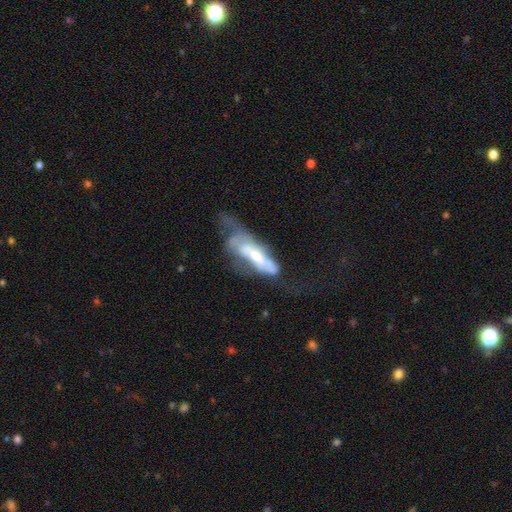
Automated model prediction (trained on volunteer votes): smooth_or_featured: featured or disk (p=0.57) [alt: smooth p=0.35]
disk_edge_on: no (p=0.77) [alt: yes p=0.23]
merging: major disturbance (p=0.47) [alt: minor disturbance p=0.20]